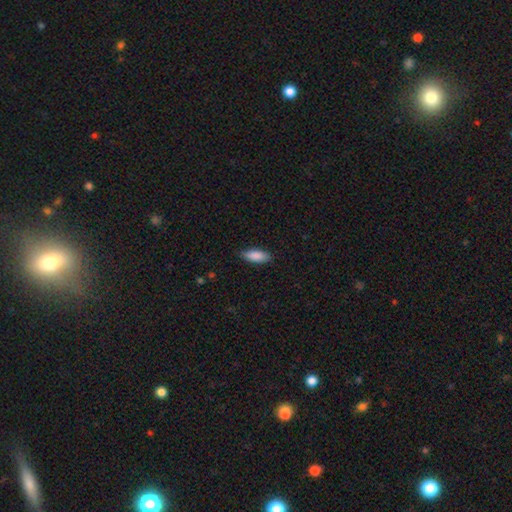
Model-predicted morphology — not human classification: Smooth or featured?
  - smooth: 89% *
  - star or artifact: 6%
  - featured or disk: 6%
How rounded?
  - in between: 78% *
  - cigar-shaped: 21%
  - round: 2%
Merging?
  - none: 84% *
  - minor disturbance: 13%
  - major disturbance: 2%
  - merger: 1%